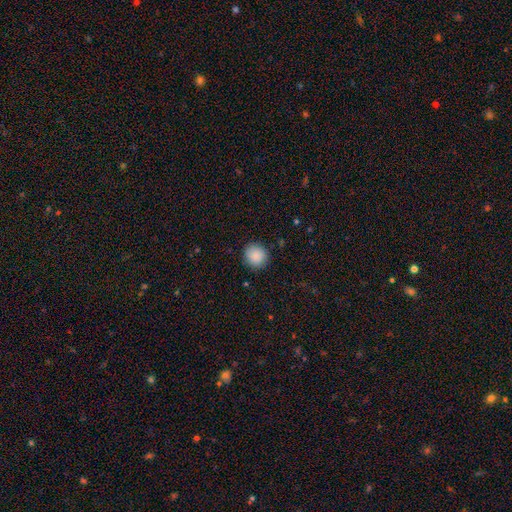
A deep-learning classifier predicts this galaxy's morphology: type=smooth (89%); roundness=round (90%); merging=none (88%).